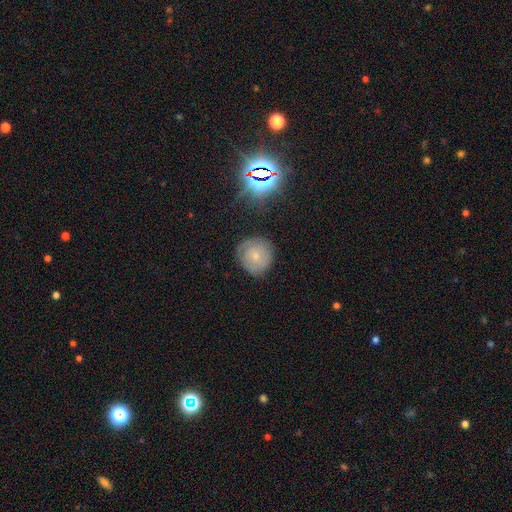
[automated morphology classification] Smooth or featured? Predicted: smooth (p=0.53). How rounded? Predicted: round (p=0.91). Merging? Predicted: none (p=0.75).